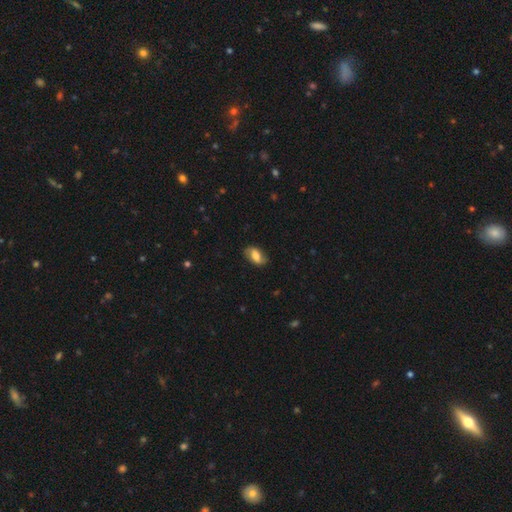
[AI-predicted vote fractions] smooth-or-featured: smooth: 55% | featured or disk: 37% | star or artifact: 8%
  how-rounded: in between: 89% | round: 8% | cigar-shaped: 3%
  merging: none: 79% | minor disturbance: 15% | major disturbance: 4% | merger: 1%